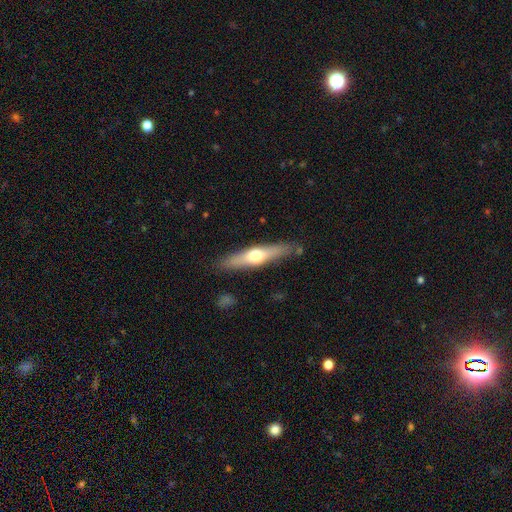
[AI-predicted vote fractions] smooth-or-featured: featured or disk: 53% | smooth: 42% | star or artifact: 5%
  disk-edge-on: yes: 92% | no: 8%
  merging: none: 85% | minor disturbance: 10% | major disturbance: 2% | merger: 2%